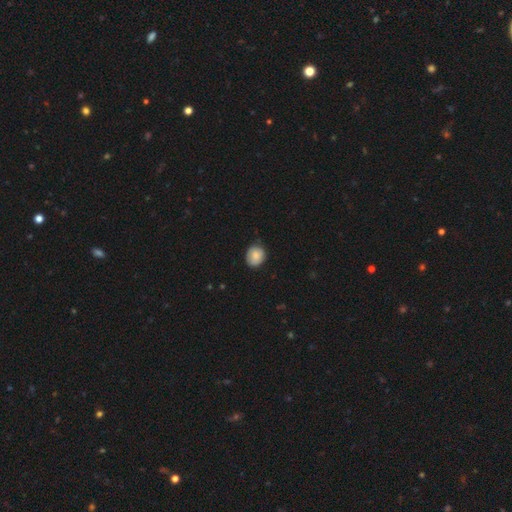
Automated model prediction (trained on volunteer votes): This is clearly a smooth galaxy (83%). How rounded: likely round (68%). Merging: likely none (77%).